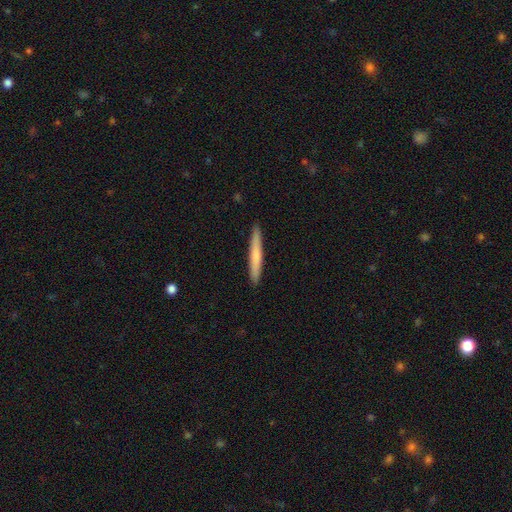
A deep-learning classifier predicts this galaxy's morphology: This appears to be a smooth galaxy with no disk features (67%) that is cigar-shaped (96%). Merging: none (91%).